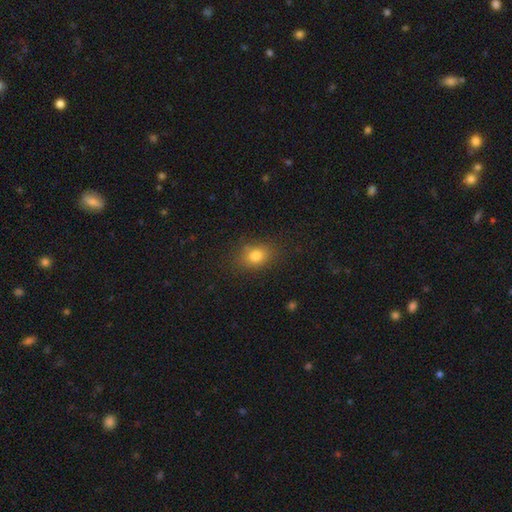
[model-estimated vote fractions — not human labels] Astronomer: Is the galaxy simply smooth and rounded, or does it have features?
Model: smooth — 80%.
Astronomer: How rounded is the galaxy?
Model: in between — 57% (runner-up: round, 42%).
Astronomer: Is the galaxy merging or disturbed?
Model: none — 79%.